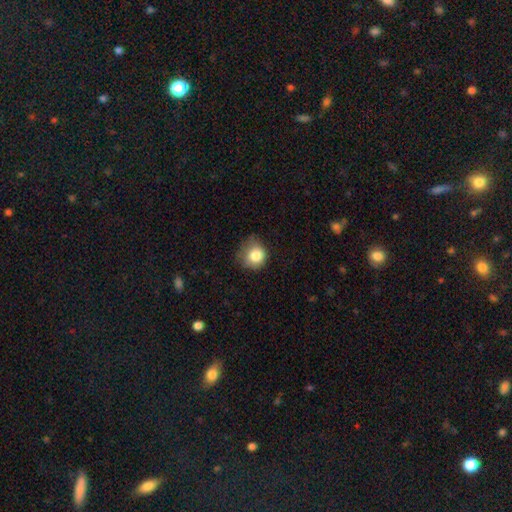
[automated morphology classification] Smooth or featured? smooth (83%)
How rounded? round (82%)
Merging? none (54%)